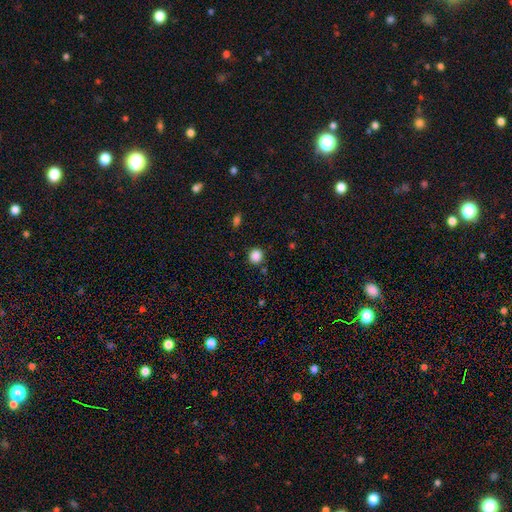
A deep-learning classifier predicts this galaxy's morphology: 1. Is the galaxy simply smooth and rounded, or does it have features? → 87% smooth, 10% star or artifact, 3% featured or disk.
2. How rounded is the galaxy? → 90% round, 9% in between, 1% cigar-shaped.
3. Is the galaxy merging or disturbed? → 87% none, 8% minor disturbance, 3% merger, 2% major disturbance.